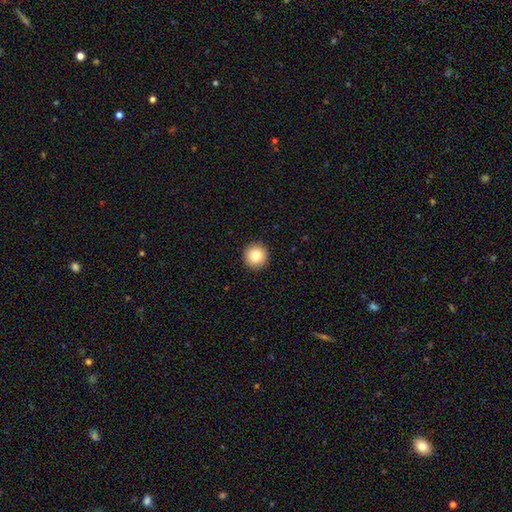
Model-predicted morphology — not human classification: This is clearly a smooth galaxy (82%). How rounded: clearly round (96%). Merging: clearly none (93%).